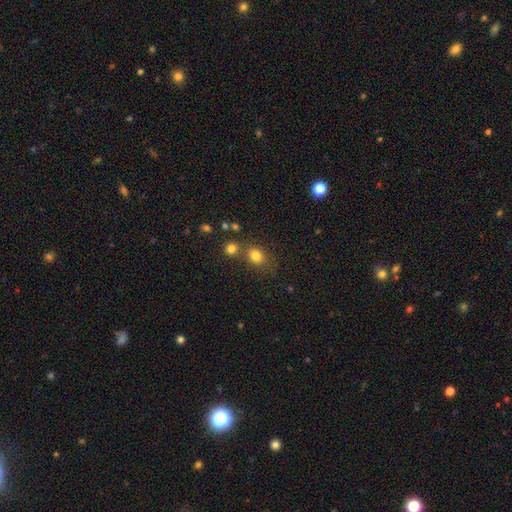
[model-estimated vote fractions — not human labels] Q: Smooth or featured?
A: smooth (79%); runner-up: star or artifact (14%)
Q: How rounded?
A: round (56%); runner-up: in between (43%)
Q: Merging?
A: none (61%); runner-up: merger (21%)